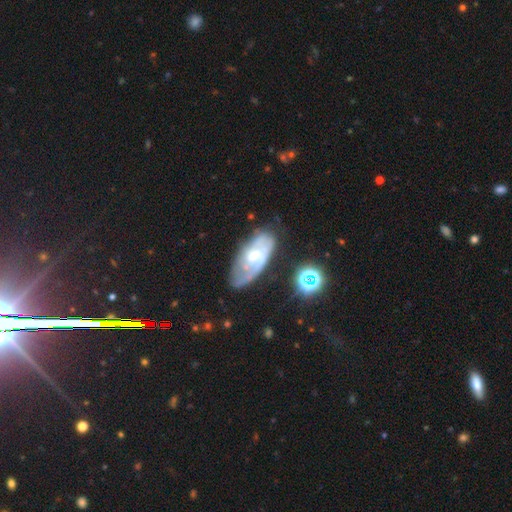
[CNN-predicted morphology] type=featured or disk (71%); edge-on=no (93%); bar=no (58%); spiral arms=yes (83%); winding=tight (48%); arm count=can't tell (40%); bulge=moderate (46%); merging=none (56%).